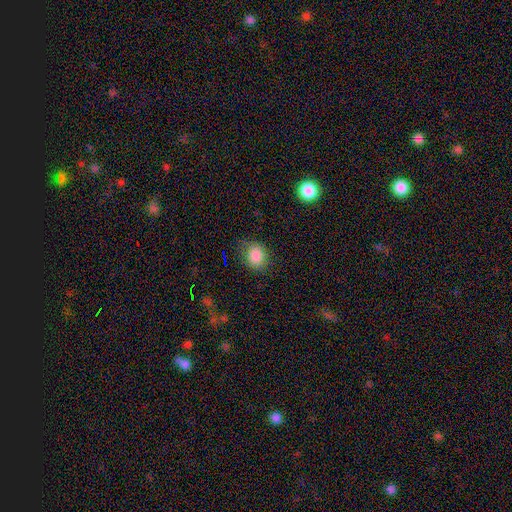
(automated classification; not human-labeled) smooth_or_featured: smooth (p=0.83) [alt: star or artifact p=0.10]
how_rounded: round (p=0.52) [alt: in between p=0.47]
merging: none (p=0.70) [alt: minor disturbance p=0.22]